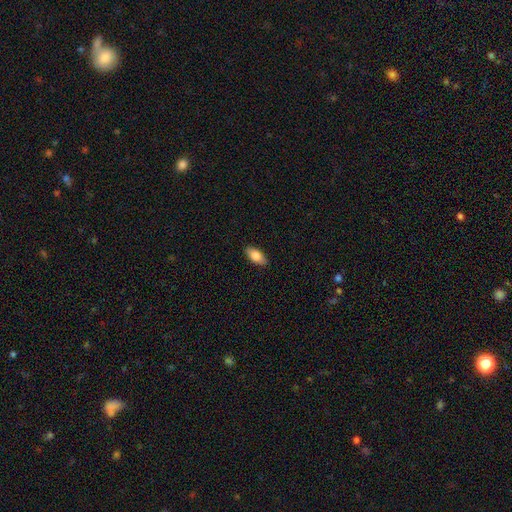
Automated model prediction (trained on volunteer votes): Smooth or featured? smooth (83%)
How rounded? in between (87%)
Merging? none (88%)